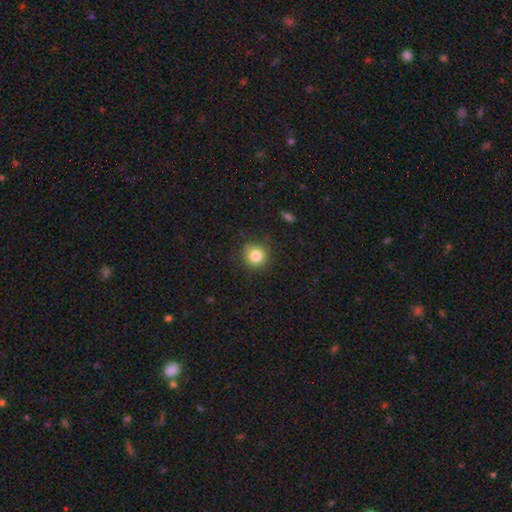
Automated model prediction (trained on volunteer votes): A smooth galaxy with no disk features (82%) that is round (90%). Merging: none (83%).